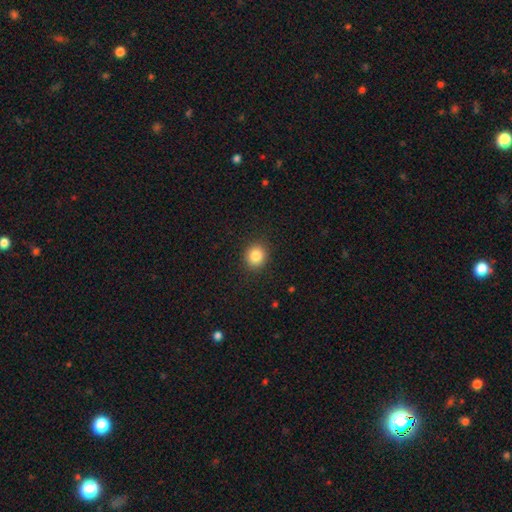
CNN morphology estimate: A smooth galaxy with no disk features (85%) that is round (82%). Merging: none (90%).